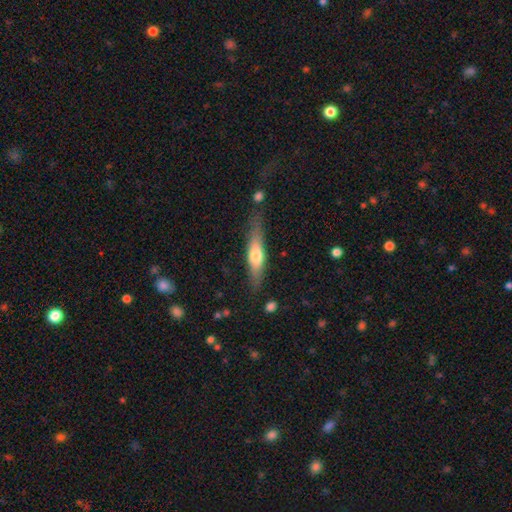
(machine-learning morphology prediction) The model was most divided on "smooth or featured": smooth: 49%, featured or disk: 45%, star or artifact: 5%. More confident: merging — none (76%).